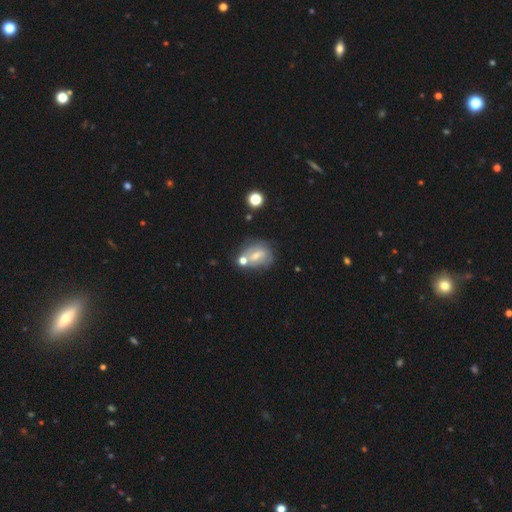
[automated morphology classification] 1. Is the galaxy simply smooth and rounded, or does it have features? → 46% featured or disk, 43% smooth, 11% star or artifact.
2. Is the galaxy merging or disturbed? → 49% none, 23% merger, 19% minor disturbance, 8% major disturbance.